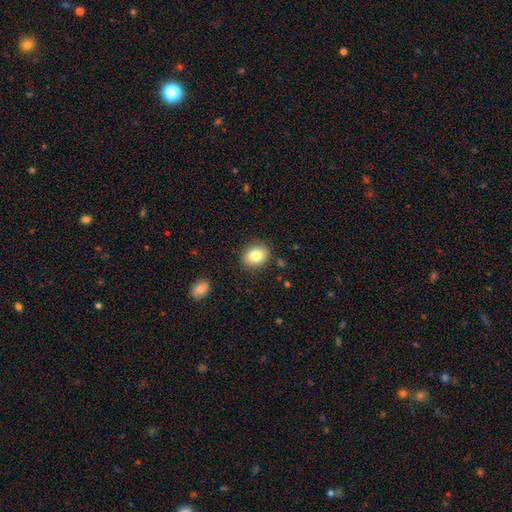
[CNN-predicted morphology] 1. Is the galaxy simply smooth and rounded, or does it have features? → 83% smooth, 9% star or artifact, 8% featured or disk.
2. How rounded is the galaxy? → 52% in between, 47% round, 1% cigar-shaped.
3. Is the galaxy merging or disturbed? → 87% none, 9% minor disturbance, 3% major disturbance, 2% merger.